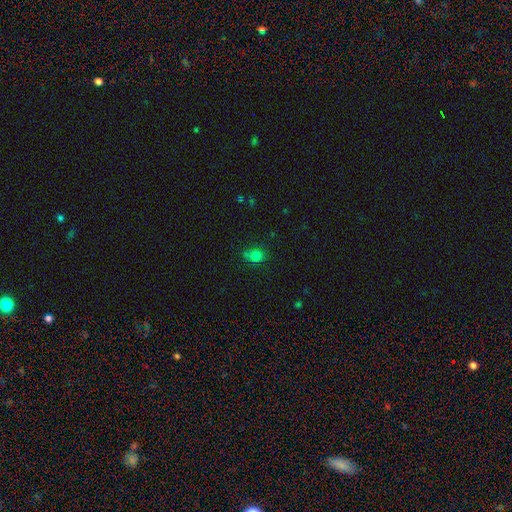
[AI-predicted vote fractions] Q: Smooth or featured?
A: smooth (77%); runner-up: star or artifact (15%)
Q: How rounded?
A: round (62%); runner-up: in between (37%)
Q: Merging?
A: none (54%); runner-up: minor disturbance (26%)